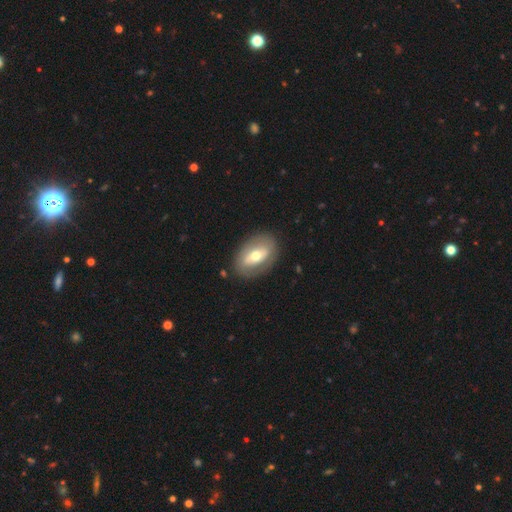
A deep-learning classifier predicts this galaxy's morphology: Smooth or featured?
  - featured or disk: 49% *
  - smooth: 45%
  - star or artifact: 6%
Merging?
  - none: 83% *
  - minor disturbance: 11%
  - major disturbance: 4%
  - merger: 1%